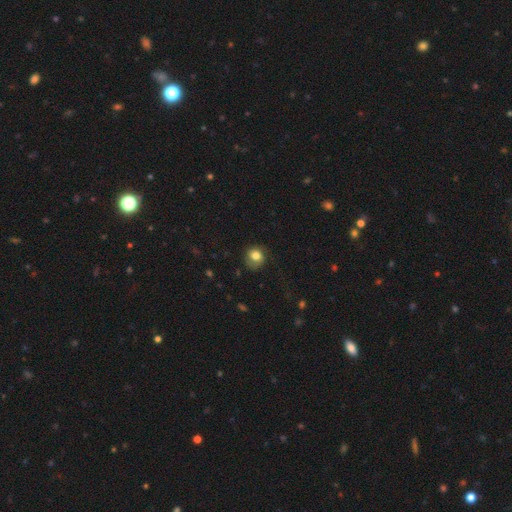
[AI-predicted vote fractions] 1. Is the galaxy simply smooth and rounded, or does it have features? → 79% smooth, 11% featured or disk, 10% star or artifact.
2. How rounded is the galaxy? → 81% round, 18% in between, 1% cigar-shaped.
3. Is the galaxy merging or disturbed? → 69% none, 22% minor disturbance, 8% major disturbance, 1% merger.